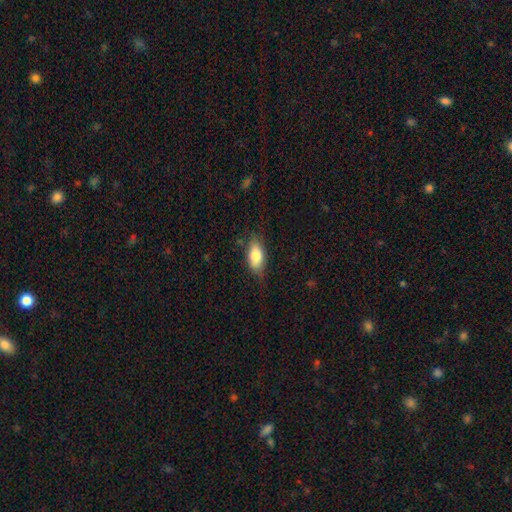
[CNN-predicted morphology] A smooth galaxy with no disk features (80%) that is in between round and cigar-shaped (86%).

Vote fractions:
- Smooth or featured? smooth: 80% / featured or disk: 13% / star or artifact: 7%
- How rounded? in between: 86% / cigar-shaped: 11% / round: 3%
- Merging? none: 73% / minor disturbance: 21% / major disturbance: 5% / merger: 1%